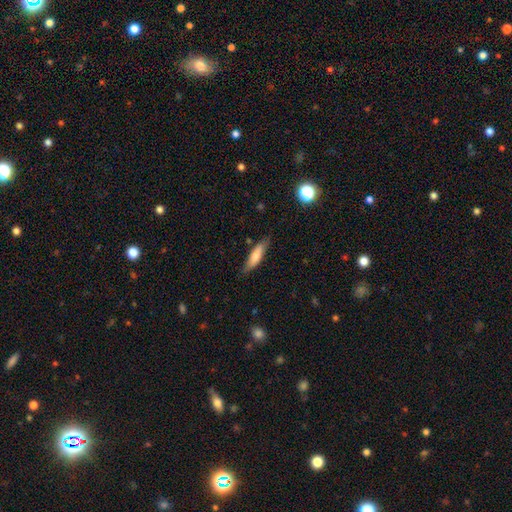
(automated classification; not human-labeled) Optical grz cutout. It shows a smooth galaxy with no disk features (72%) that is cigar-shaped (67%). Merging: none (78%).